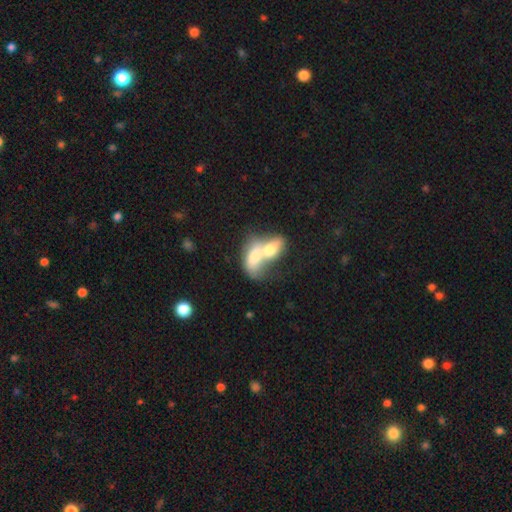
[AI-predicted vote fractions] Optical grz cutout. It shows a smooth galaxy with no disk features (66%) that is in between round and cigar-shaped (85%). Merging: merger (82%).